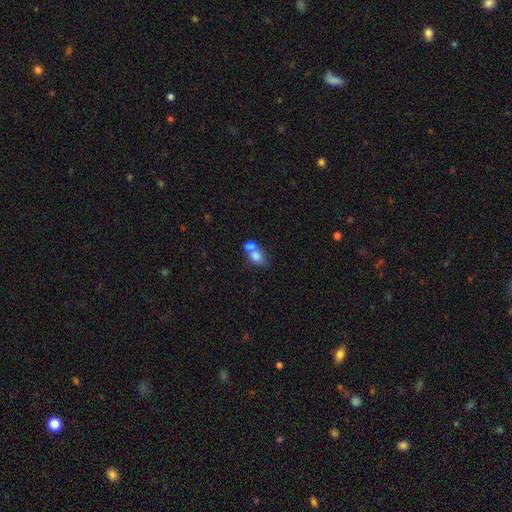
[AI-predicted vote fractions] This appears to be a smooth galaxy with no disk features (77%) that is in between round and cigar-shaped (67%). Merging: merger (67%).